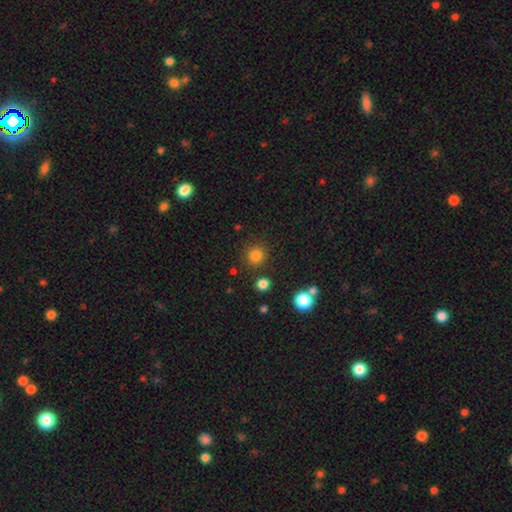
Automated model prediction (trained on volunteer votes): smooth-or-featured: smooth: 82% | star or artifact: 14% | featured or disk: 4%
  how-rounded: round: 91% | in between: 8% | cigar-shaped: 1%
  merging: none: 86% | minor disturbance: 8% | merger: 4% | major disturbance: 3%